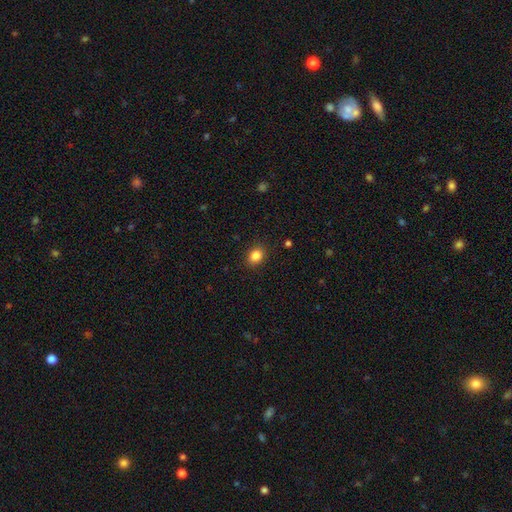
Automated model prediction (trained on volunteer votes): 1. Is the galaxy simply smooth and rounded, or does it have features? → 85% smooth, 10% star or artifact, 4% featured or disk.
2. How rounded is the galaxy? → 55% round, 44% in between, 1% cigar-shaped.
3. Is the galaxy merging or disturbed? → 89% none, 8% minor disturbance, 2% major disturbance, 1% merger.